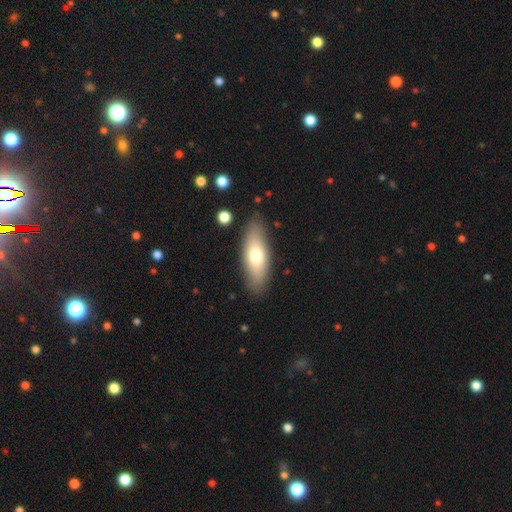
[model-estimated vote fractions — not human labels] A smooth galaxy with no disk features (69%) that is in between round and cigar-shaped (66%). Merging: none (85%).